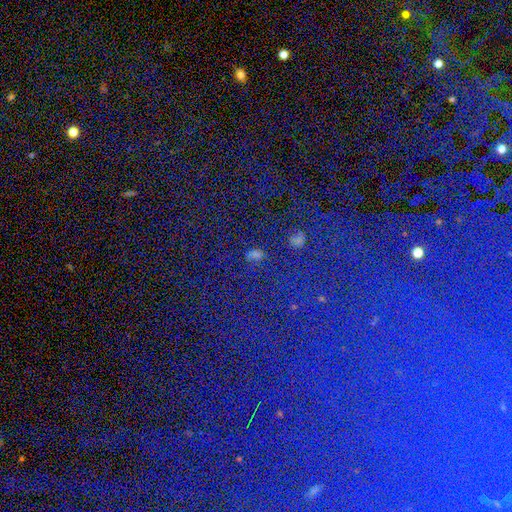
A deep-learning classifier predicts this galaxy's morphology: The model was most divided on "smooth or featured": star or artifact: 50%, smooth: 40%, featured or disk: 10%.